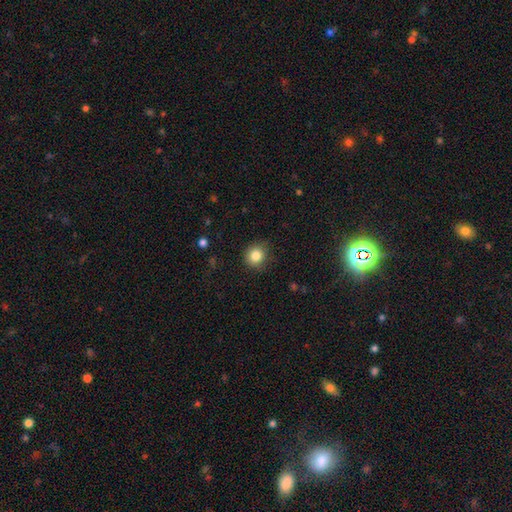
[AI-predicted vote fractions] Smooth or featured? Predicted: smooth (p=0.84). How rounded? Predicted: round (p=0.88). Merging? Predicted: none (p=0.85).